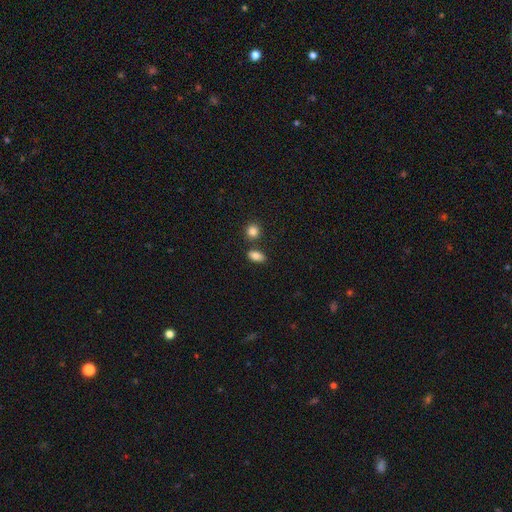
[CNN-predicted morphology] A smooth galaxy with no disk features (85%) that is in between round and cigar-shaped (84%). Merging: none (76%).